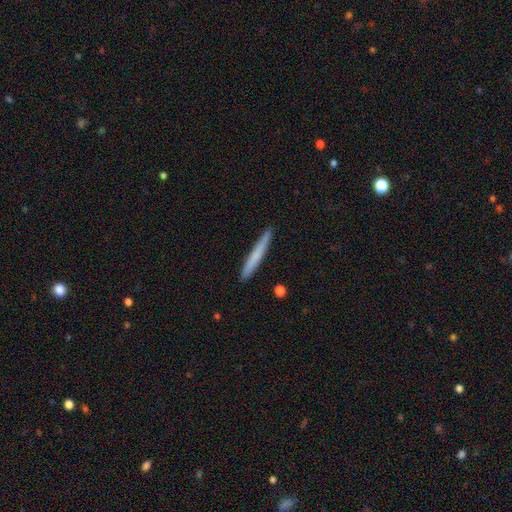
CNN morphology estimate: type=smooth (69%); roundness=cigar-shaped (97%); merging=none (91%).